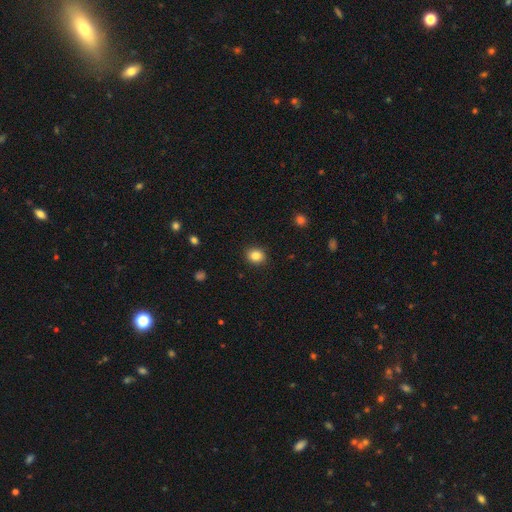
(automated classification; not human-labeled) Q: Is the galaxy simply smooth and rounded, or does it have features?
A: smooth — 84%.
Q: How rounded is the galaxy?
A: round — 70%.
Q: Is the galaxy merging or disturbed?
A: none — 90%.